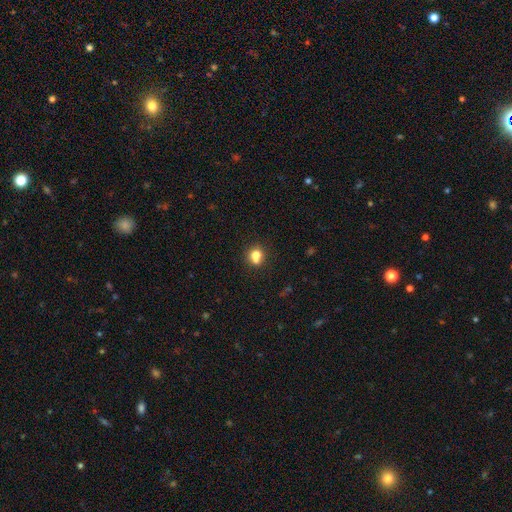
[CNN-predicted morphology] This appears to be a smooth galaxy with no disk features (77%) that is round (72%). Merging: none (53%).